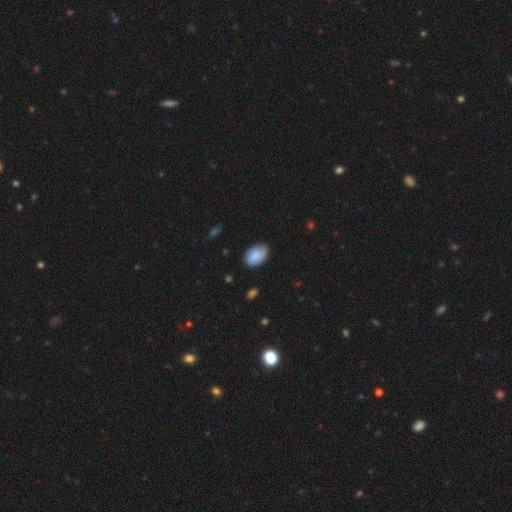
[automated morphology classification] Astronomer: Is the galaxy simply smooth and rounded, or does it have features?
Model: smooth — 87%.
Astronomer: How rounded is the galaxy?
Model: in between — 89%.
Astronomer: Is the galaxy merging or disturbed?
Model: none — 82%.